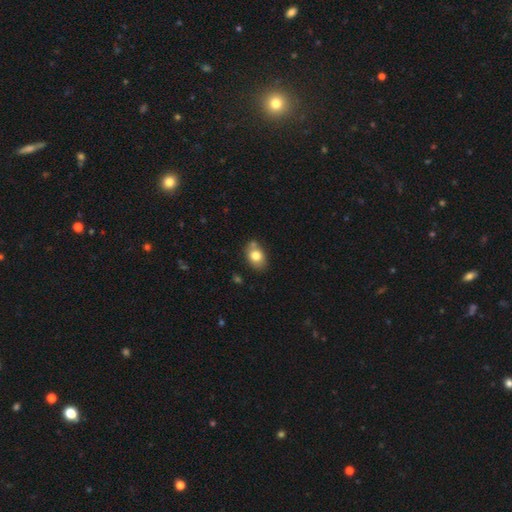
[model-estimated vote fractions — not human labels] smooth-or-featured: smooth: 78% | featured or disk: 13% | star or artifact: 9%
  how-rounded: in between: 73% | round: 26% | cigar-shaped: 1%
  merging: none: 71% | minor disturbance: 16% | merger: 10% | major disturbance: 4%